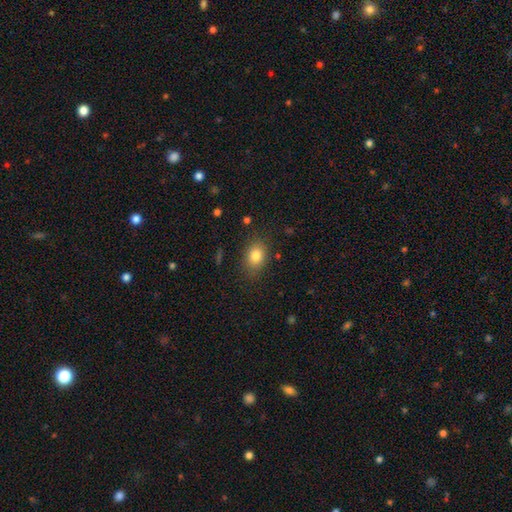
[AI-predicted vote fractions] Smooth or featured? smooth (82%)
How rounded? in between (67%)
Merging? none (82%)